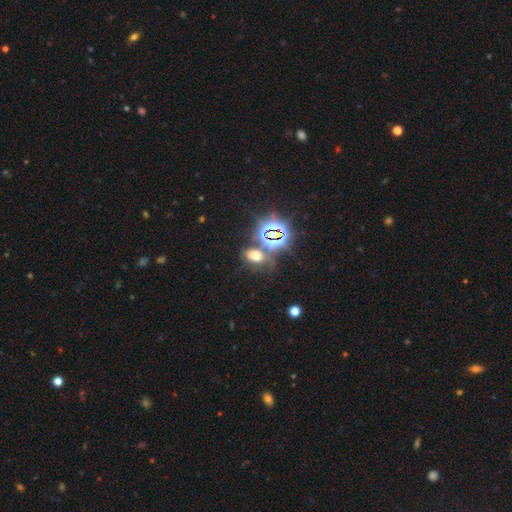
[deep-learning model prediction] Smooth or featured?
  - star or artifact: 46% *
  - smooth: 43%
  - featured or disk: 11%